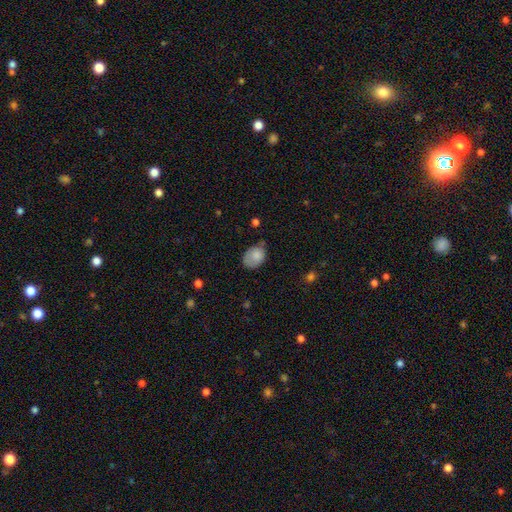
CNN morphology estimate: The model was most divided on "merging": none: 51%, minor disturbance: 35%, major disturbance: 11%, merger: 3%. More confident: smooth or featured — smooth (81%); how rounded — in between (74%).